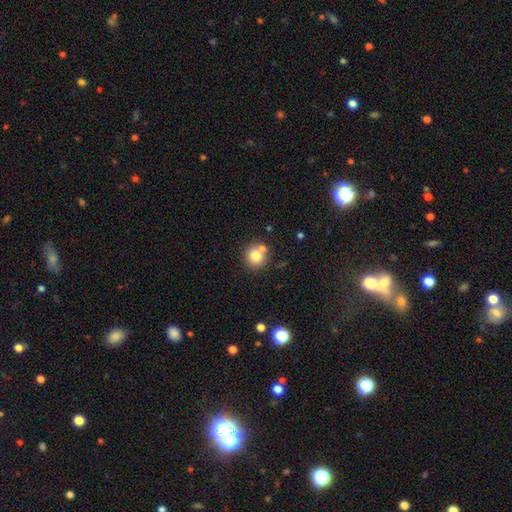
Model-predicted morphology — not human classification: smooth-or-featured: smooth: 77% | featured or disk: 11% | star or artifact: 11%
  how-rounded: round: 91% | in between: 8% | cigar-shaped: 1%
  merging: none: 67% | merger: 22% | minor disturbance: 8% | major disturbance: 3%